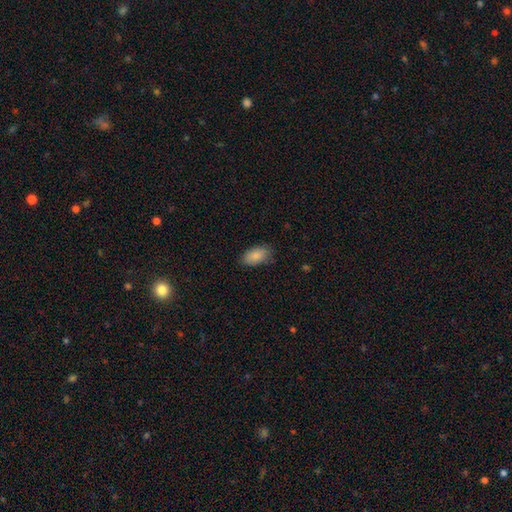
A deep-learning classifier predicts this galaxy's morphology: Smooth or featured? Predicted: smooth (p=0.87). How rounded? Predicted: in between (p=0.93). Merging? Predicted: none (p=0.79).